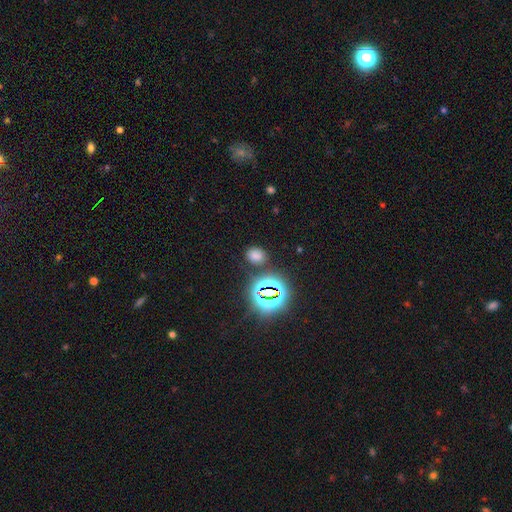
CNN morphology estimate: Smooth or featured? smooth (65%)
How rounded? in between (52%)
Merging? none (82%)